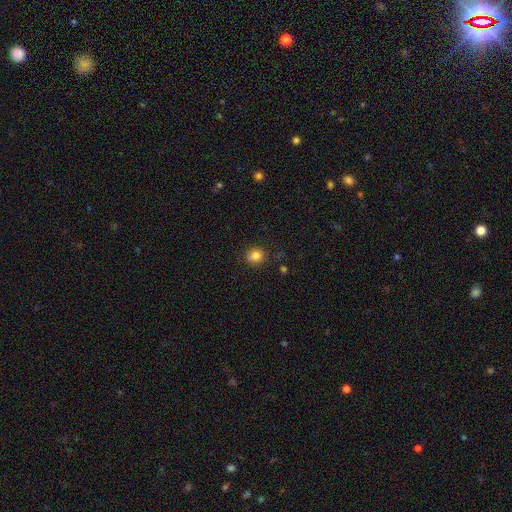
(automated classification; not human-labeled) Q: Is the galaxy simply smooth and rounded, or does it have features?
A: smooth — 82%.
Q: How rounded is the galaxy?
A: round — 78%.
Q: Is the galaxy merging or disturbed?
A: none — 82%.